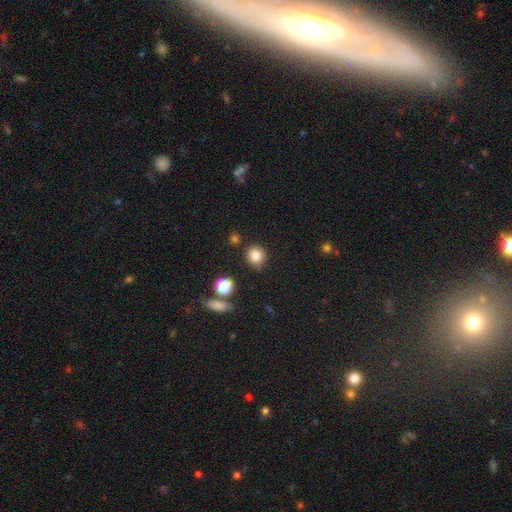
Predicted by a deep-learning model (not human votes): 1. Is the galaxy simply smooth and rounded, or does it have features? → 82% smooth, 12% star or artifact, 6% featured or disk.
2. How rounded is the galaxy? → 83% round, 15% in between, 1% cigar-shaped.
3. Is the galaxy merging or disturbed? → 82% none, 11% minor disturbance, 4% merger, 3% major disturbance.